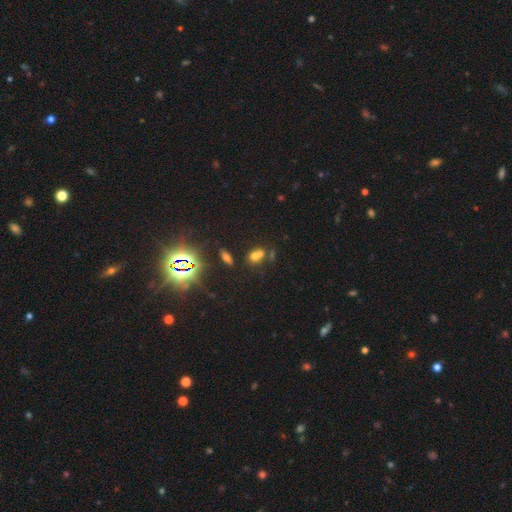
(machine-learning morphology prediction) A smooth galaxy with no disk features (56%) that is in between round and cigar-shaped (63%). Merging: merger (47%).